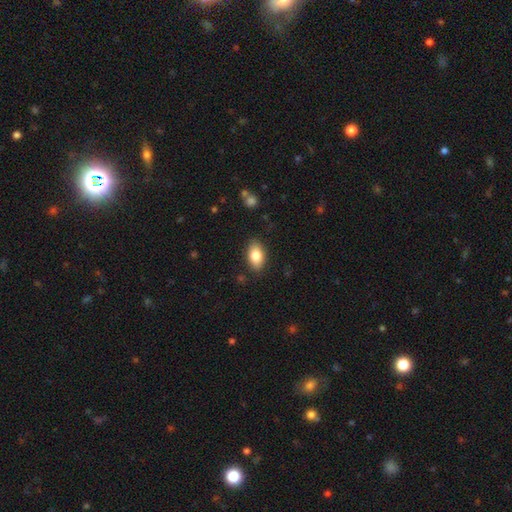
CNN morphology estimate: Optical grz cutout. It shows a smooth galaxy with no disk features (82%) that is in between round and cigar-shaped (91%). Merging: none (86%).